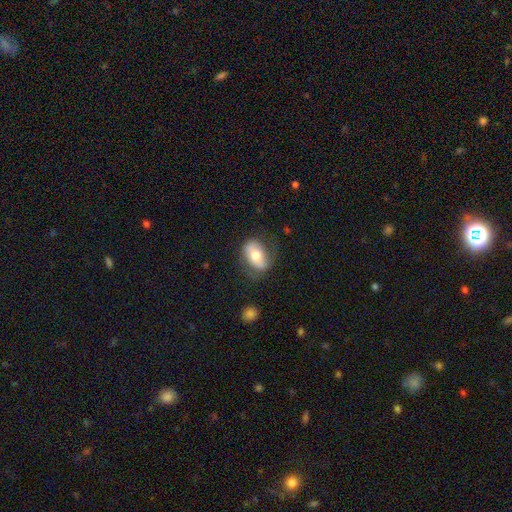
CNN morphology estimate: smooth_or_featured: smooth (p=0.59) [alt: featured or disk p=0.34]
how_rounded: in between (p=0.85) [alt: round p=0.13]
merging: none (p=0.66) [alt: minor disturbance p=0.23]